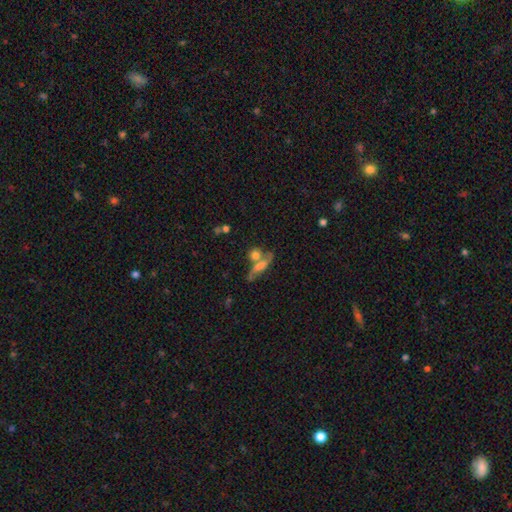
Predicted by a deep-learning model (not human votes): A smooth galaxy with no disk features (38%).

Vote fractions:
- Smooth or featured? smooth: 38% / featured or disk: 36% / star or artifact: 26%
- Merging? none: 44% / merger: 35% / minor disturbance: 11% / major disturbance: 9%